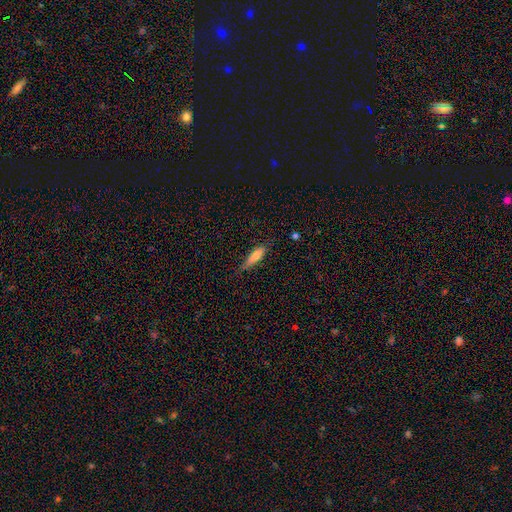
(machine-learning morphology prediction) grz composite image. It shows a smooth galaxy with no disk features (71%) that is cigar-shaped (67%). Merging: none (69%).